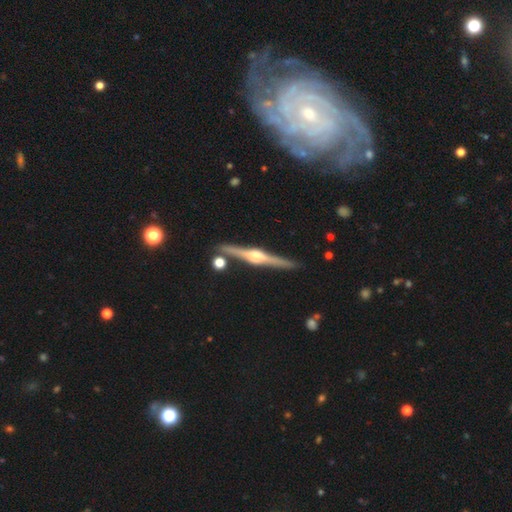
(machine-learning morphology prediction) Q: Smooth or featured?
A: featured or disk (85%); runner-up: smooth (9%)
Q: Edge-on disk?
A: yes (98%); runner-up: no (2%)
Q: Edge-on bulge?
A: rounded (87%); runner-up: boxy (10%)
Q: Merging?
A: none (89%); runner-up: minor disturbance (7%)